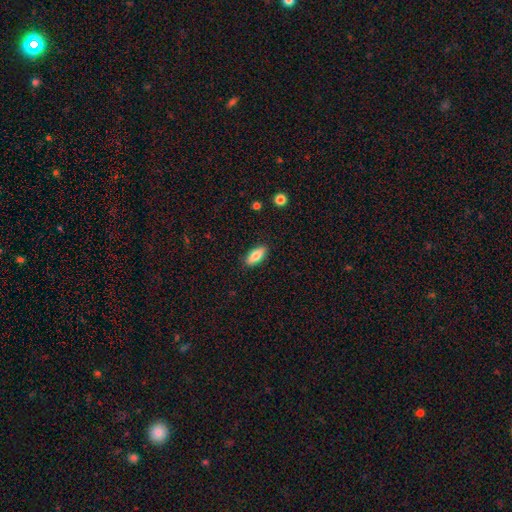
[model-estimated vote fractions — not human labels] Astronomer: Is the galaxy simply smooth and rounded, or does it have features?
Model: smooth — 82%.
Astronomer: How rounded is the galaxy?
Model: in between — 83%.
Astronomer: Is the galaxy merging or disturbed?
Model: none — 88%.